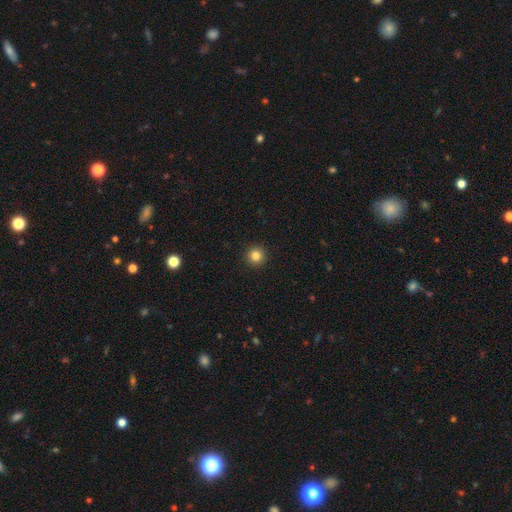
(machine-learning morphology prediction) The model was most divided on "smooth or featured": smooth: 83%, star or artifact: 11%, featured or disk: 5%. More confident: how rounded — round (96%); merging — none (93%).